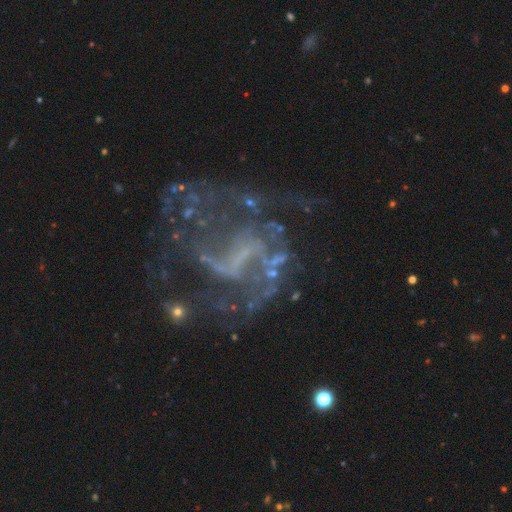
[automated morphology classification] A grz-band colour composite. It shows a featured or disk galaxy (79%) with a weak bar (40%), 2 (48%) medium (42%) spiral arms (81%) and no central bulge (68%). Merging: none (49%).